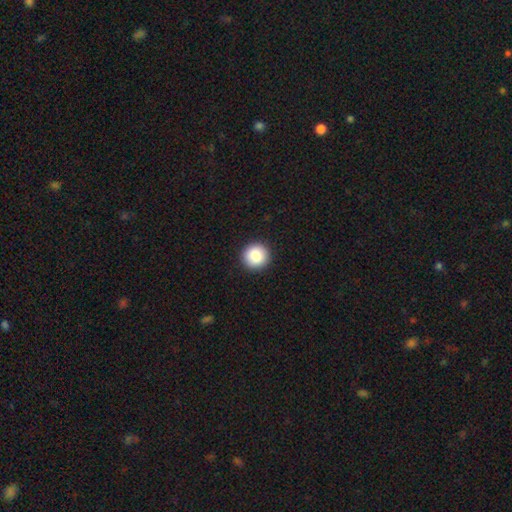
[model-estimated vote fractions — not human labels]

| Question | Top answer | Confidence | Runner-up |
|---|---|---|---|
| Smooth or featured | smooth | 86% | star or artifact (9%) |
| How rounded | round | 95% | in between (4%) |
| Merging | none | 93% | minor disturbance (5%) |